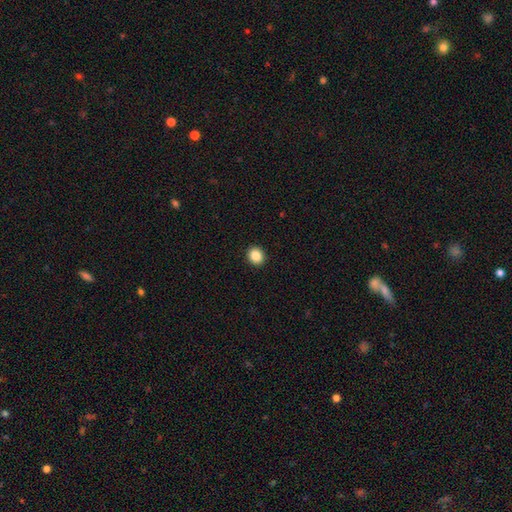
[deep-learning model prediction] This appears to be a smooth galaxy with no disk features (86%) that is round (78%). Merging: none (93%).